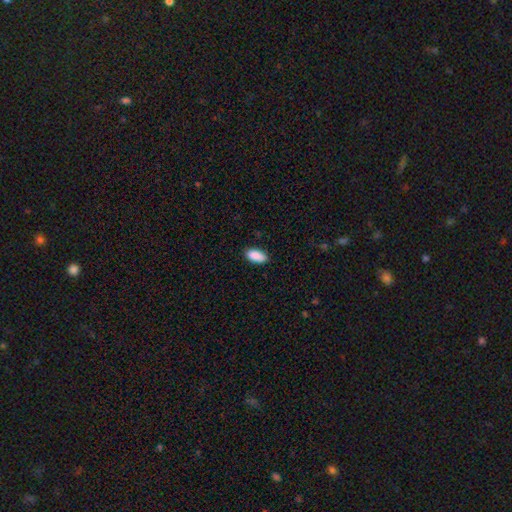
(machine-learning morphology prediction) The model was most divided on "merging": none: 87%, minor disturbance: 10%, major disturbance: 2%, merger: 1%. More confident: how rounded — in between (92%); smooth or featured — smooth (91%).